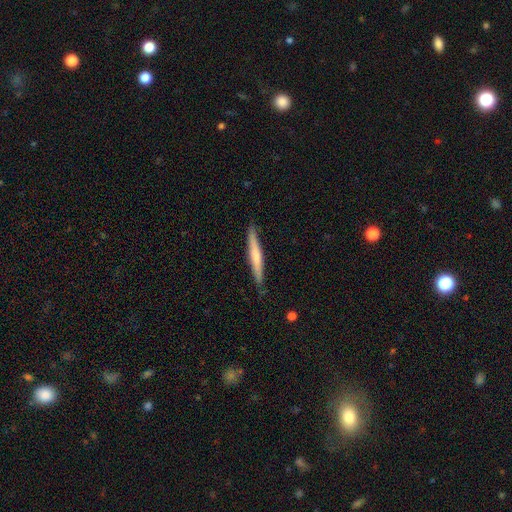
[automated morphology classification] A smooth galaxy with no disk features (52%) that is cigar-shaped (96%). Merging: none (88%).